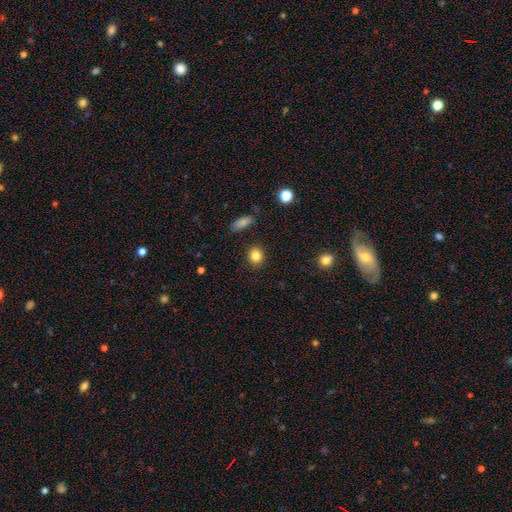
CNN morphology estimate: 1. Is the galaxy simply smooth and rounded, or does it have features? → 84% smooth, 10% star or artifact, 5% featured or disk.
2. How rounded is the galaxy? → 74% round, 25% in between, 1% cigar-shaped.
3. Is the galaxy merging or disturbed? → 89% none, 7% minor disturbance, 2% major disturbance, 2% merger.